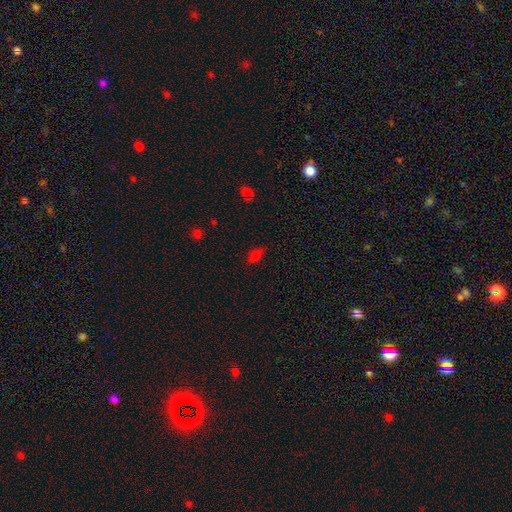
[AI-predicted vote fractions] Smooth or featured? smooth (68%)
How rounded? in between (80%)
Merging? none (77%)